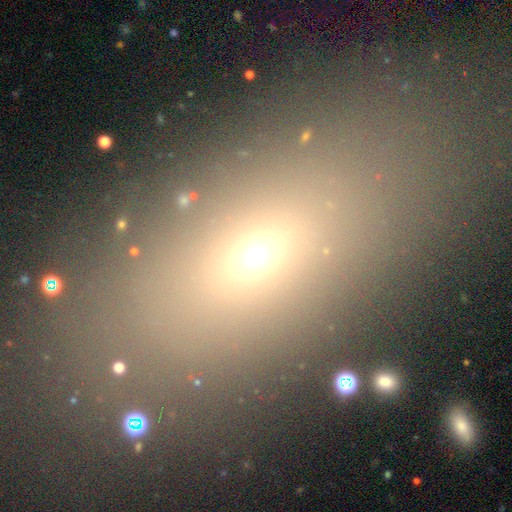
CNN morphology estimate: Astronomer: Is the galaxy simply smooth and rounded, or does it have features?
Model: smooth — 60%.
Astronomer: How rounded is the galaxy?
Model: in between — 75%.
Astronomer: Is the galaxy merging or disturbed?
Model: none — 74%.